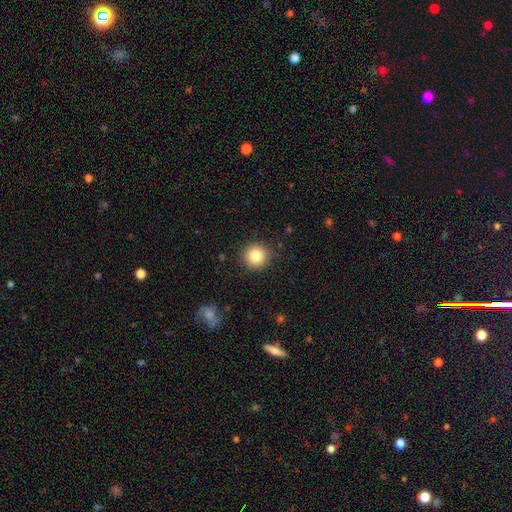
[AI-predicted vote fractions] Smooth or featured: smooth — 85% (star or artifact — 9%)
How rounded: round — 94% (in between — 5%)
Merging: none — 89% (minor disturbance — 7%)